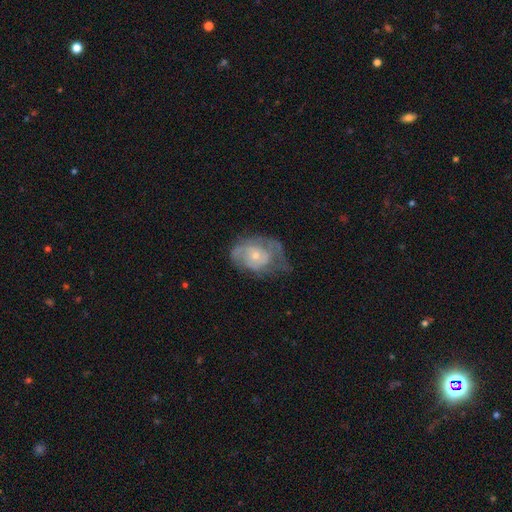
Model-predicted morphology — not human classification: A featured or disk galaxy (72%) with no bar (79%), 2 (38%) tight (45%) spiral arms (79%) and a small central bulge (61%).

Vote fractions:
- Smooth or featured? featured or disk: 72% / smooth: 21% / star or artifact: 7%
- Edge-on disk? no: 97% / yes: 3%
- Bar? no: 79% / weak: 18% / strong: 3%
- Spiral arms? yes: 79% / no: 21%
- Spiral winding? tight: 45% / medium: 38% / loose: 17%
- Spiral arm count? 2: 38% / can't tell: 37% / 3: 11% / 1: 7% / 4: 3% / more than 4: 3%
- Bulge size? small: 61% / moderate: 35% / large: 2% / none: 2% / dominant: 1%
- Merging? none: 45% / minor disturbance: 29% / major disturbance: 24% / merger: 2%